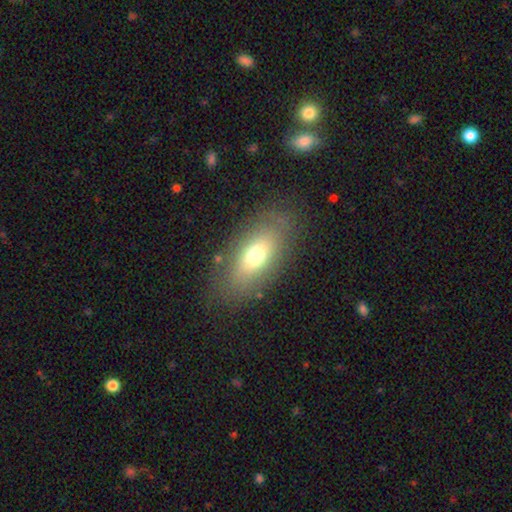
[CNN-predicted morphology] type=smooth (65%); roundness=in between (85%); merging=none (80%).